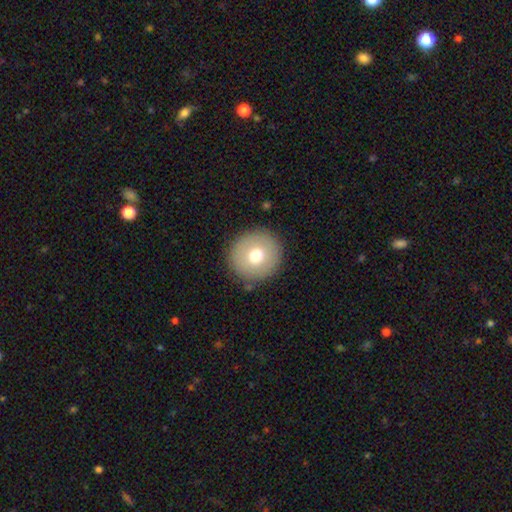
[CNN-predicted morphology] smooth-or-featured: smooth: 71% | featured or disk: 19% | star or artifact: 10%
  how-rounded: round: 94% | in between: 5% | cigar-shaped: 1%
  merging: none: 88% | minor disturbance: 7% | major disturbance: 3% | merger: 2%